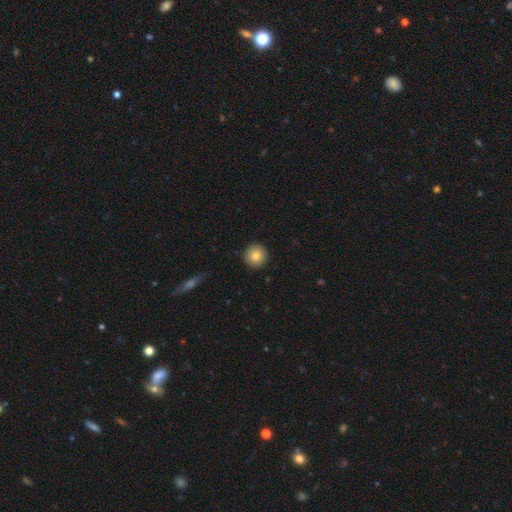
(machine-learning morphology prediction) type=smooth (83%); roundness=round (95%); merging=none (92%).